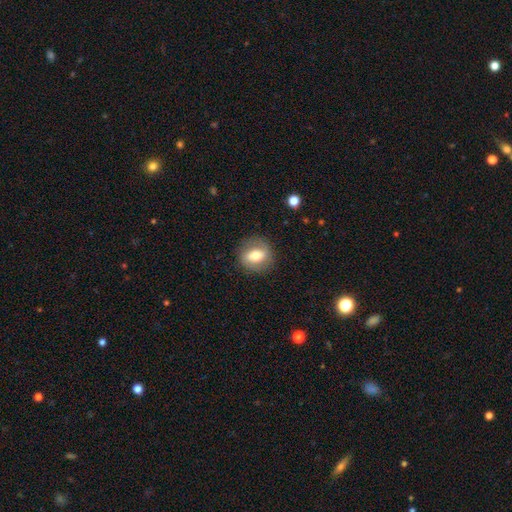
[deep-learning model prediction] smooth-or-featured: smooth: 63% | featured or disk: 29% | star or artifact: 9%
  how-rounded: round: 62% | in between: 36% | cigar-shaped: 2%
  merging: none: 83% | minor disturbance: 12% | major disturbance: 4% | merger: 1%